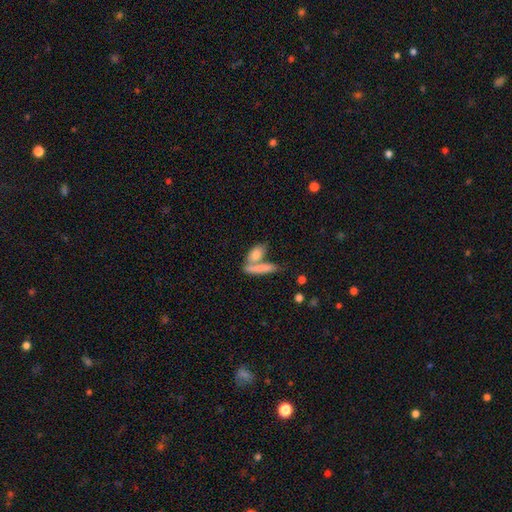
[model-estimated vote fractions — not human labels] A smooth galaxy with no disk features (76%) that is in between round and cigar-shaped (56%). Merging: merger (43%).